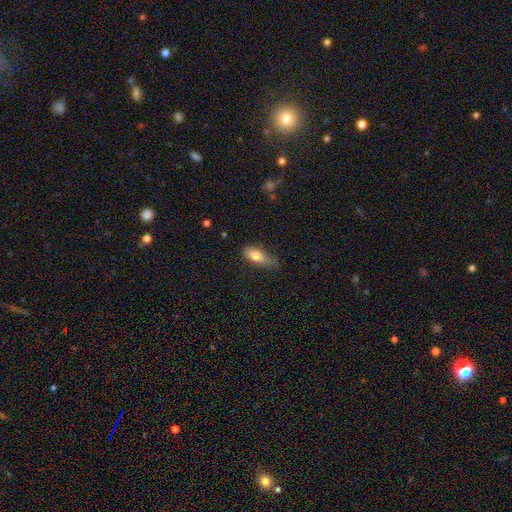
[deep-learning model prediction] Smooth or featured? smooth (77%)
How rounded? in between (75%)
Merging? none (45%)